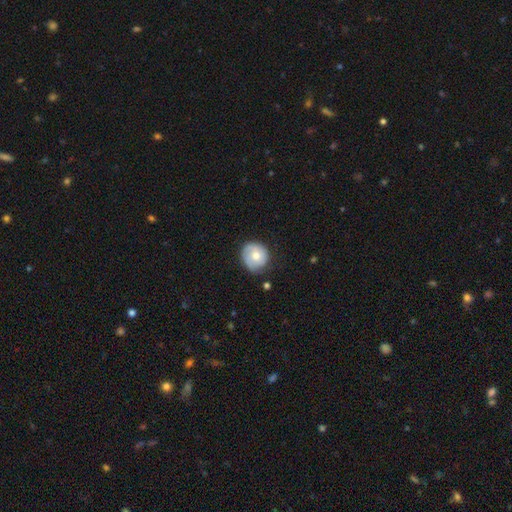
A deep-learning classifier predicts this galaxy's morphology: Overall: smooth (58%; featured or disk 36%). How rounded: round (86%). Merging: none (68%).